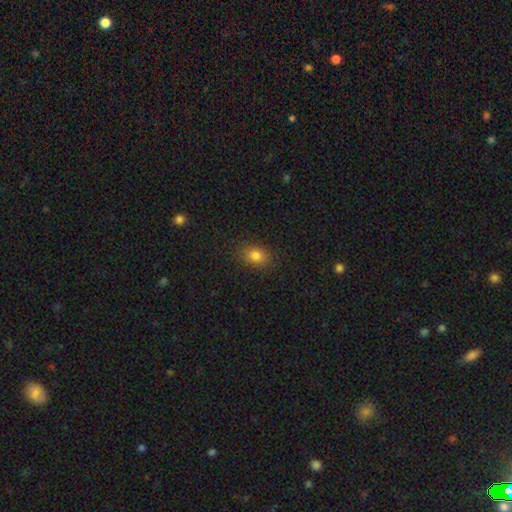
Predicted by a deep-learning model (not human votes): Smooth or featured?
  - smooth: 81% *
  - star or artifact: 12%
  - featured or disk: 7%
How rounded?
  - in between: 70% *
  - round: 28%
  - cigar-shaped: 2%
Merging?
  - none: 85% *
  - minor disturbance: 11%
  - major disturbance: 3%
  - merger: 1%